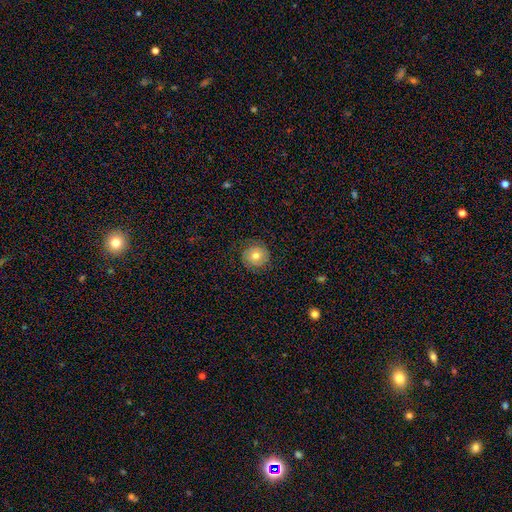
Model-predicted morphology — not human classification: smooth-or-featured: smooth: 57% | featured or disk: 33% | star or artifact: 10%
  how-rounded: round: 92% | in between: 7% | cigar-shaped: 1%
  merging: none: 80% | minor disturbance: 13% | major disturbance: 6% | merger: 1%